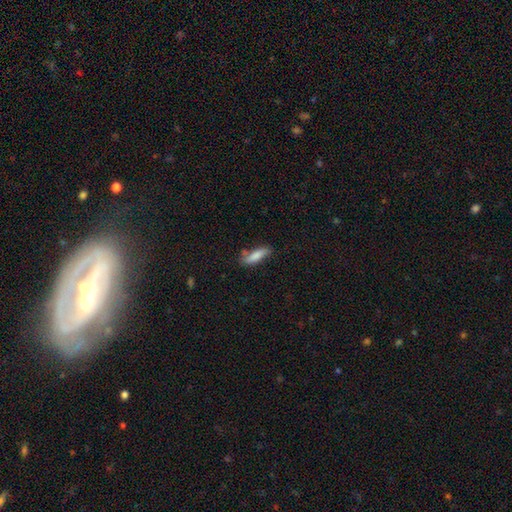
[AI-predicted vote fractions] smooth-or-featured: smooth: 80% | featured or disk: 13% | star or artifact: 6%
  how-rounded: cigar-shaped: 57% | in between: 41% | round: 2%
  merging: none: 68% | minor disturbance: 20% | merger: 7% | major disturbance: 5%